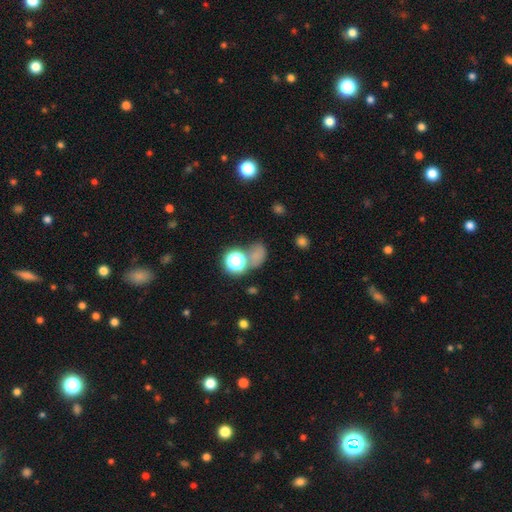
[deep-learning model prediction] Smooth or featured? Predicted: smooth (p=0.57). How rounded? Predicted: in between (p=0.52). Merging? Predicted: none (p=0.51).